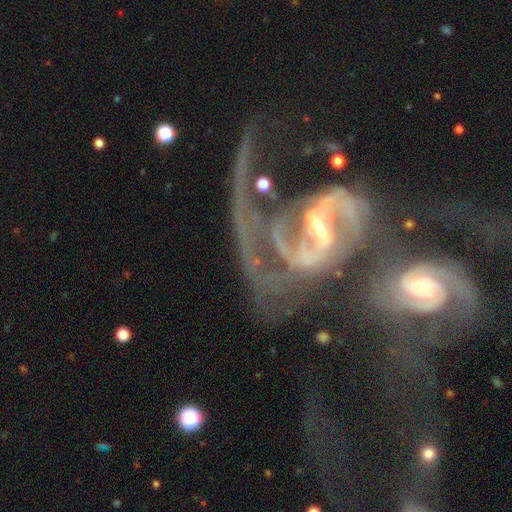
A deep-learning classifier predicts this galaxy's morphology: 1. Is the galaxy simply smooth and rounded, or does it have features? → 89% featured or disk, 6% star or artifact, 5% smooth.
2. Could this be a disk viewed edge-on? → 96% no, 4% yes.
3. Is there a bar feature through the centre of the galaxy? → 42% strong, 40% weak, 18% no.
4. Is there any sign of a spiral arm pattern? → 94% yes, 6% no.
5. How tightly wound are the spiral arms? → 42% medium, 33% loose, 25% tight.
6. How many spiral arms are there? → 67% 2, 12% 1, 10% can't tell, 5% 3, 3% 4, 3% more than 4.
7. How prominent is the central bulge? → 56% small, 36% moderate, 4% none, 3% large, 2% dominant.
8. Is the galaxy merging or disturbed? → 49% merger, 25% major disturbance, 17% none, 10% minor disturbance.